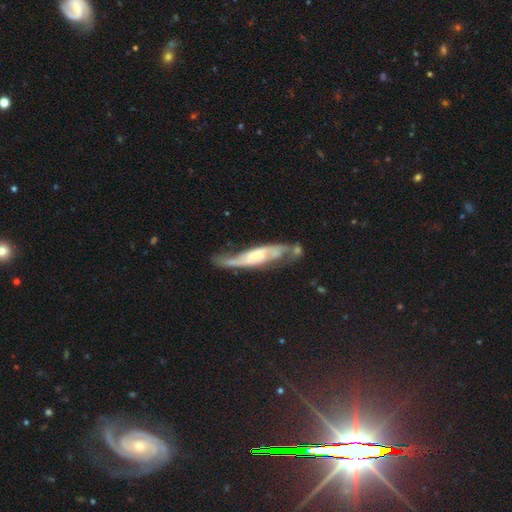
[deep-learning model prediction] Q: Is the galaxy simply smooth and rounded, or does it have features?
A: featured or disk — 79%.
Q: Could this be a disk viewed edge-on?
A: no — 72%.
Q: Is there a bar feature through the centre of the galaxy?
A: no — 53%.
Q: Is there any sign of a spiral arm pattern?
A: yes — 92%.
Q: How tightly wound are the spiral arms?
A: medium — 43%.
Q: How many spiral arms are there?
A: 2 — 80%.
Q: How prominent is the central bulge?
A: small — 56%.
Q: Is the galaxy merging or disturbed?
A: none — 56%.